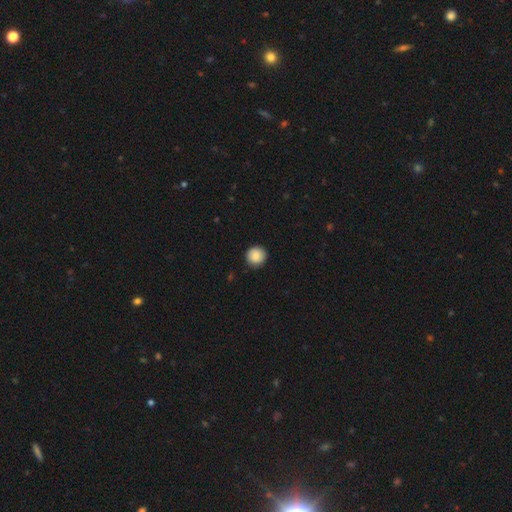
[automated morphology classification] This is clearly a smooth galaxy (85%). How rounded: clearly round (93%). Merging: clearly none (90%).